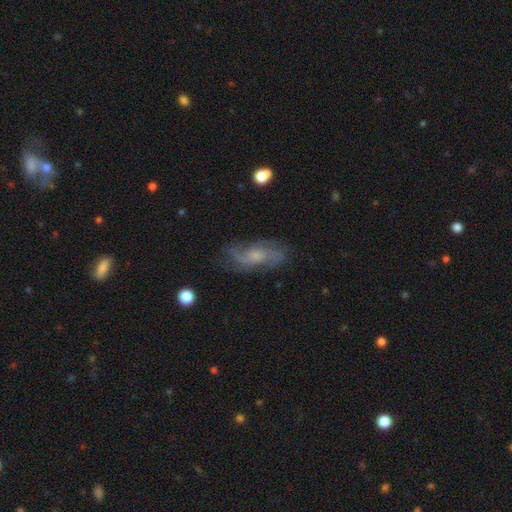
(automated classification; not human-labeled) featured or disk 72%, smooth 20%, star or artifact 8%. Down the decision tree: edge-on disk — no (90%); bar — no (64%); spiral arms — yes (89%); spiral arm count — 2 (44%); spiral winding — medium (43%); bulge size — small (47%); merging — none (70%).